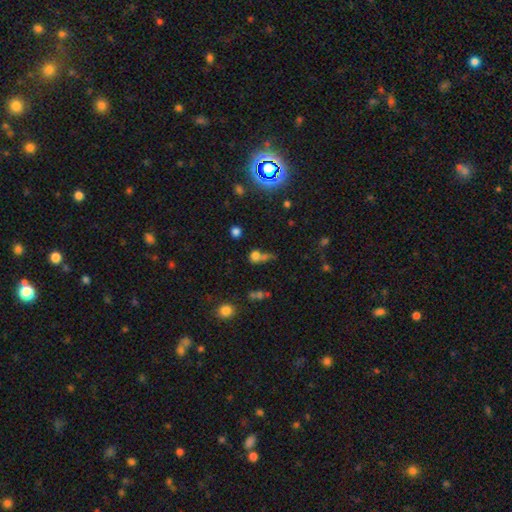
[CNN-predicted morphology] A smooth galaxy with no disk features (66%) that is round (70%). Merging: merger (40%, tied with none).